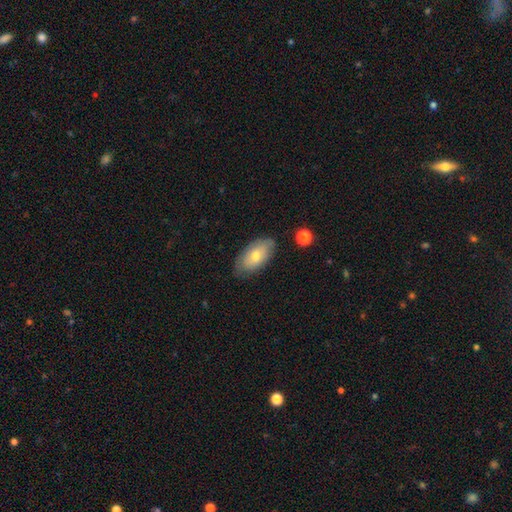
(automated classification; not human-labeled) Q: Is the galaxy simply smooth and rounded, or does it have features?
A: smooth — 61%.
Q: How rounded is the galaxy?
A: in between — 93%.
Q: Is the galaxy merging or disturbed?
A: none — 75%.